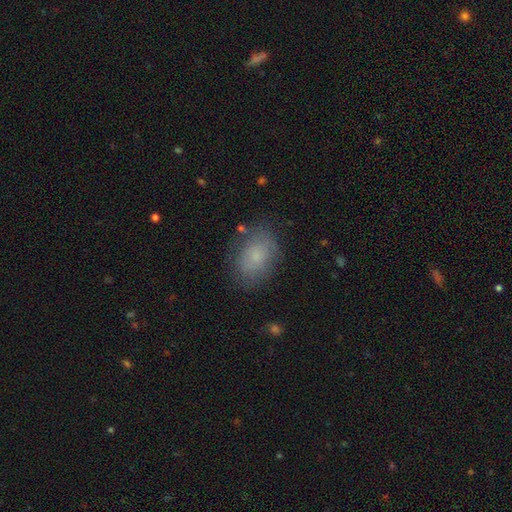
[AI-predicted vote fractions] smooth 74%, featured or disk 16%, star or artifact 10%. Down the decision tree: how rounded — in between (79%); merging — none (73%).